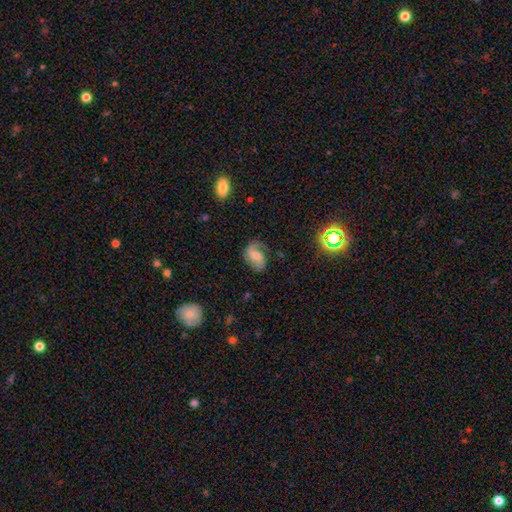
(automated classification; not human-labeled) Overall: featured or disk (69%). Edge-on disk: no (97%). Bar: weak (48%; no 37%). Spiral arms: yes (93%). Spiral arm count: 2 (79%). Spiral winding: loose (44%; medium 42%). Bulge size: moderate (48%; small 31%). Merging: none (67%).